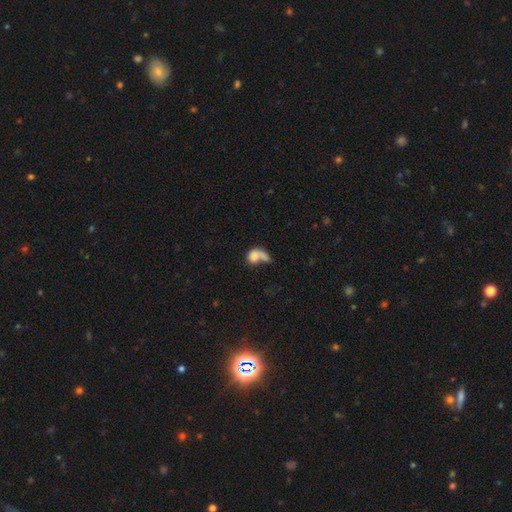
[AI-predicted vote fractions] smooth 69%, featured or disk 22%, star or artifact 9%. Down the decision tree: how rounded — in between (68%); merging — merger (44%).